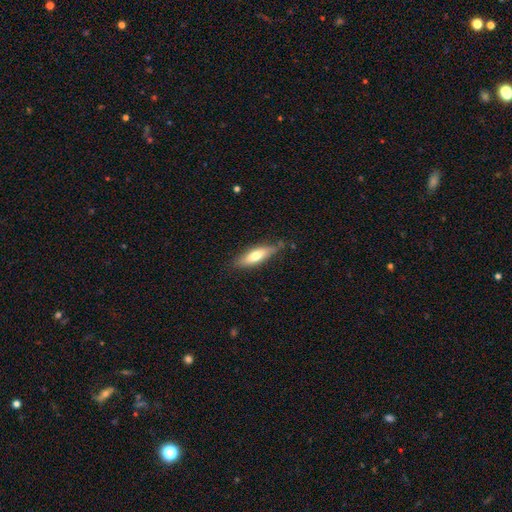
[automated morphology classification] Smooth or featured: smooth — 64% (featured or disk — 30%)
How rounded: cigar-shaped — 56% (in between — 43%)
Merging: none — 74% (minor disturbance — 20%)